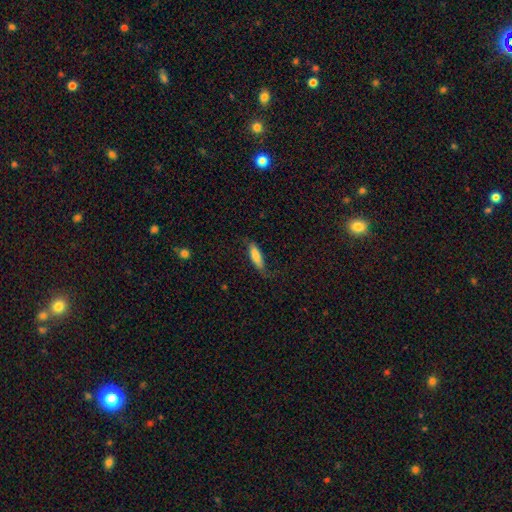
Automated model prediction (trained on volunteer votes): smooth_or_featured: smooth (p=0.78) [alt: featured or disk p=0.16]
how_rounded: in between (p=0.49) [tied with: cigar-shaped p=0.49]
merging: none (p=0.61) [alt: minor disturbance p=0.26]